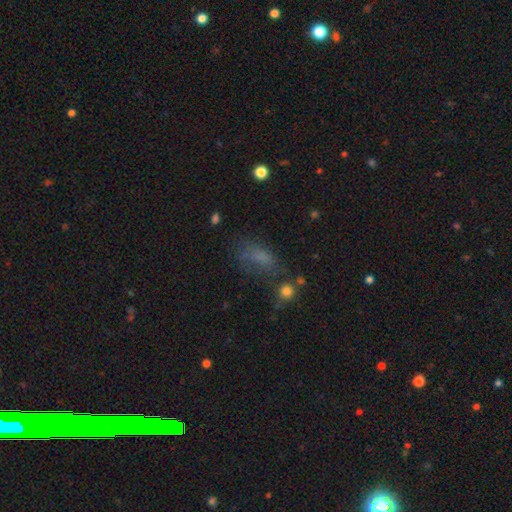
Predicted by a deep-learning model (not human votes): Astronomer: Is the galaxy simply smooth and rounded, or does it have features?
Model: smooth — 59%.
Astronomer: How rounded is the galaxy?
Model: in between — 77%.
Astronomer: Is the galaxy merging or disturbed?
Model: none — 44% (runner-up: minor disturbance, 24%).